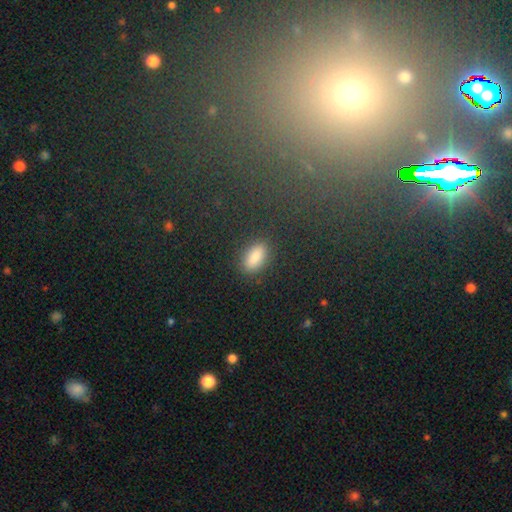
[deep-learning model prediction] A smooth galaxy with no disk features (86%) that is in between round and cigar-shaped (89%).

Vote fractions:
- Smooth or featured? smooth: 86% / star or artifact: 9% / featured or disk: 5%
- How rounded? in between: 89% / cigar-shaped: 7% / round: 5%
- Merging? none: 87% / minor disturbance: 9% / major disturbance: 3% / merger: 2%